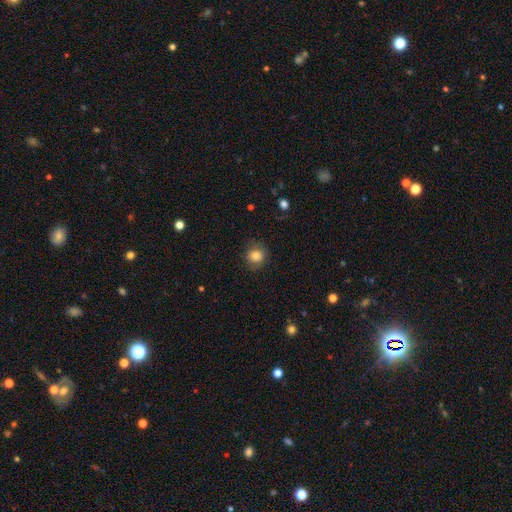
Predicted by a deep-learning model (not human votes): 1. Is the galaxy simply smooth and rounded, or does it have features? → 77% smooth, 12% featured or disk, 10% star or artifact.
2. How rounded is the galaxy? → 81% round, 18% in between, 1% cigar-shaped.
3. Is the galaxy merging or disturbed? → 78% none, 16% minor disturbance, 6% major disturbance, 1% merger.